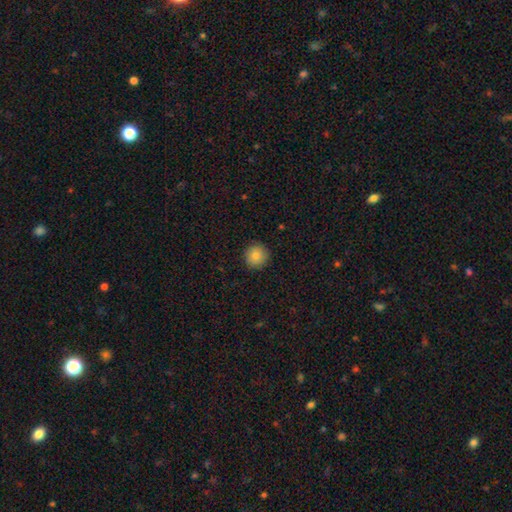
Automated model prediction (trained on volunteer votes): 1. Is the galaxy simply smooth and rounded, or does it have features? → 83% smooth, 9% star or artifact, 8% featured or disk.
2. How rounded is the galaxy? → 94% round, 5% in between, 1% cigar-shaped.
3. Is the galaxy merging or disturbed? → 91% none, 6% minor disturbance, 2% major disturbance, 1% merger.